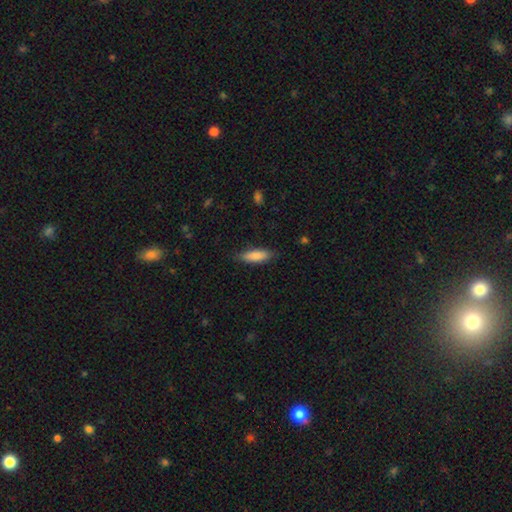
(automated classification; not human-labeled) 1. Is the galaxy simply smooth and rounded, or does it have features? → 84% smooth, 10% featured or disk, 6% star or artifact.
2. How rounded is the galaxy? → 49% cigar-shaped (tied), 49% in between (tied), 2% round.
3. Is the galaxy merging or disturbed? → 83% none, 13% minor disturbance, 3% major disturbance, 1% merger.